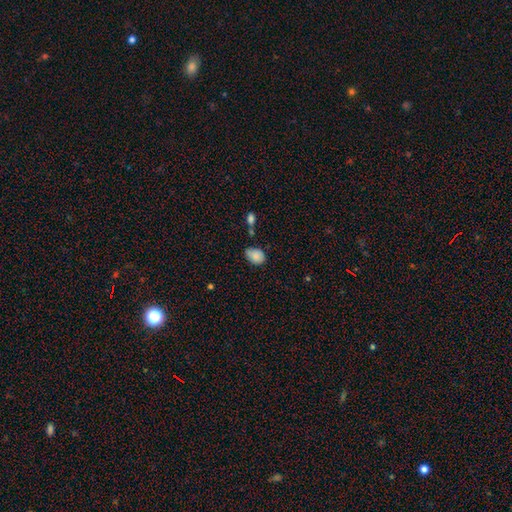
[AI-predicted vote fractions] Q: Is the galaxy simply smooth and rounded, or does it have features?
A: smooth — 85%.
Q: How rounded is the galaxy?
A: in between — 70%.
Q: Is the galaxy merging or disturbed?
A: none — 58%.